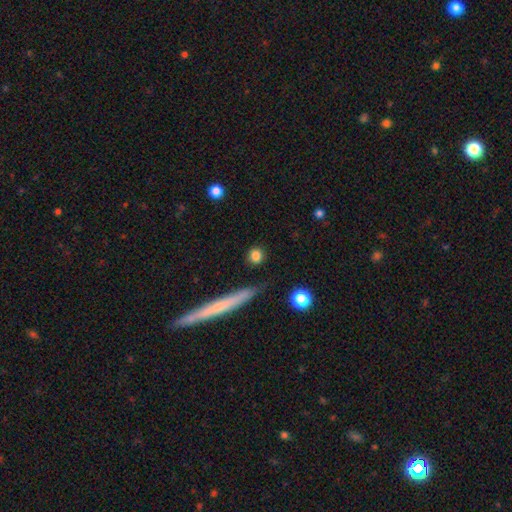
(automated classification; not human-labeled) Morphology: type=smooth (83%); roundness=round (81%); merging=none (86%).